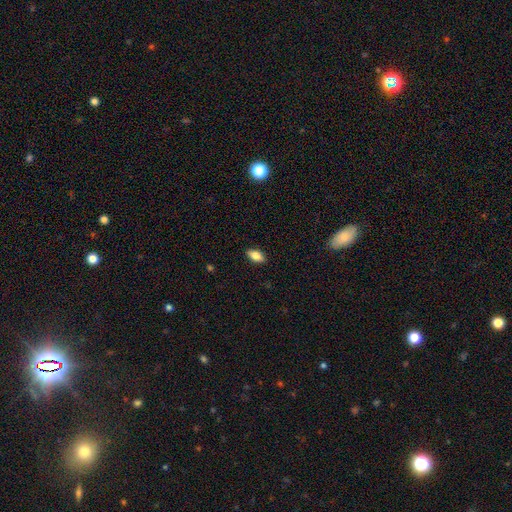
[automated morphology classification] Smooth or featured?
  - smooth: 82% *
  - featured or disk: 10%
  - star or artifact: 8%
How rounded?
  - in between: 89% *
  - cigar-shaped: 8%
  - round: 3%
Merging?
  - none: 89% *
  - minor disturbance: 8%
  - major disturbance: 2%
  - merger: 1%